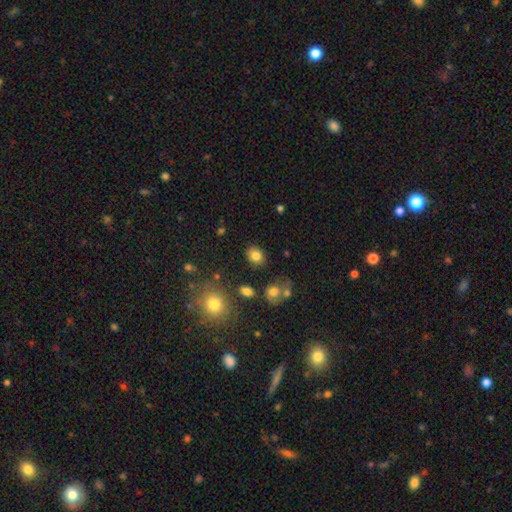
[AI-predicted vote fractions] Smooth or featured?
  - smooth: 82% *
  - star or artifact: 11%
  - featured or disk: 7%
How rounded?
  - in between: 53% *
  - round: 46%
  - cigar-shaped: 1%
Merging?
  - none: 82% *
  - minor disturbance: 11%
  - merger: 4%
  - major disturbance: 3%